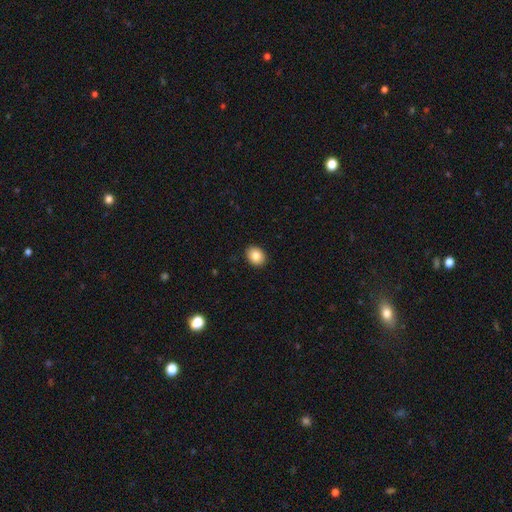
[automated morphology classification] The model was most divided on "how rounded": round: 53%, in between: 46%, cigar-shaped: 1%. More confident: merging — none (92%); smooth or featured — smooth (85%).